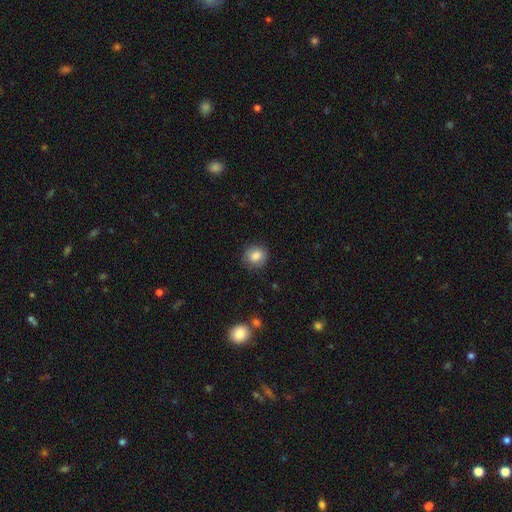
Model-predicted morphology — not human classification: smooth_or_featured: smooth (p=0.84) [alt: star or artifact p=0.09]
how_rounded: round (p=0.80) [alt: in between p=0.19]
merging: none (p=0.85) [alt: minor disturbance p=0.11]